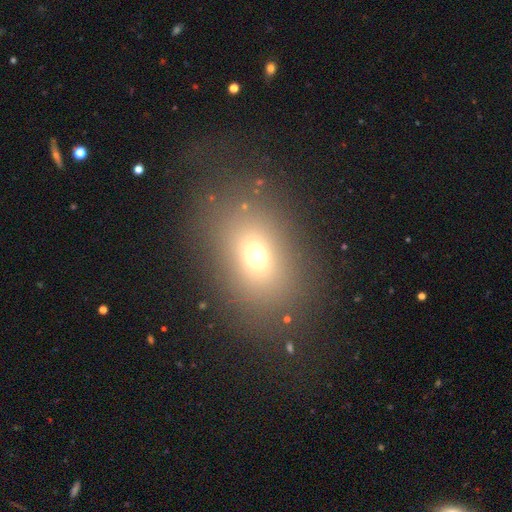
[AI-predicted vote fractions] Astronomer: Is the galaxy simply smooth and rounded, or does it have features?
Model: smooth — 68%.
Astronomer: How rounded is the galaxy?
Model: in between — 64%.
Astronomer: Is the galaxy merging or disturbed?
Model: none — 80%.